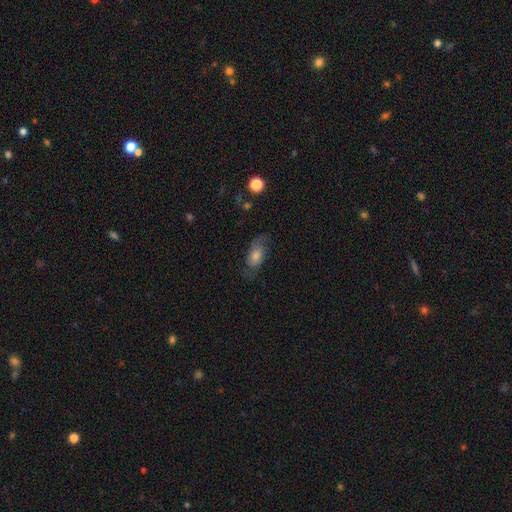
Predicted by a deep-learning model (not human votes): This appears to be a smooth galaxy with no disk features (48%). Merging: none (70%).